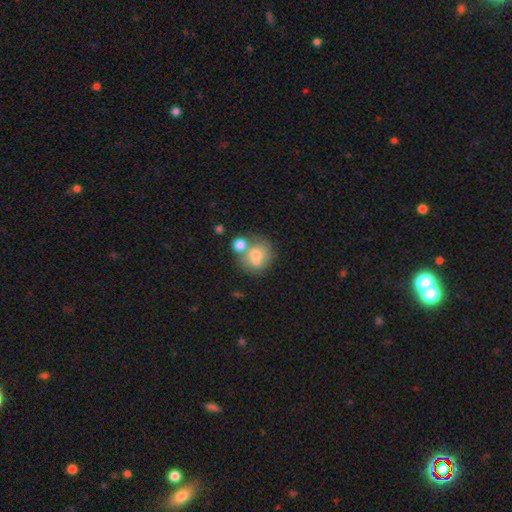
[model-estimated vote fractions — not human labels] Morphology: type=smooth (68%); roundness=round (80%); merging=none (43%).